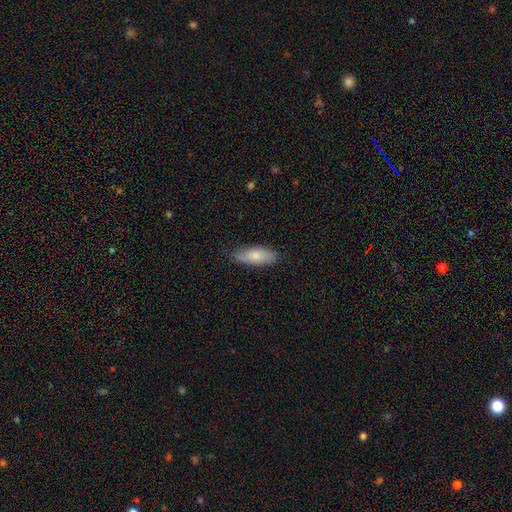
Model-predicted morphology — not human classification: Smooth or featured: smooth — 77% (featured or disk — 17%)
How rounded: in between — 74% (cigar-shaped — 24%)
Merging: none — 81% (minor disturbance — 15%)